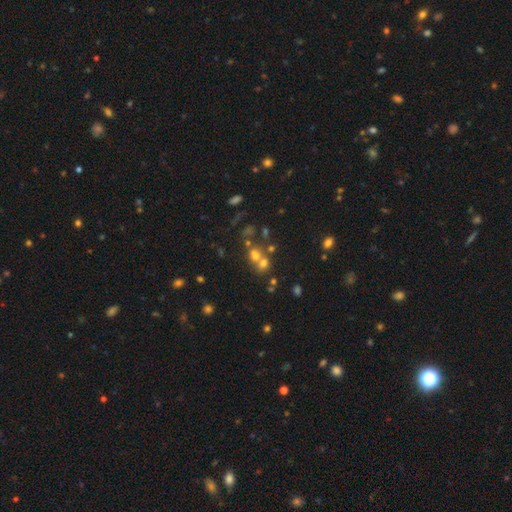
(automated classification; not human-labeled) A smooth galaxy with no disk features (57%) that is round (74%). Merging: merger (49%).